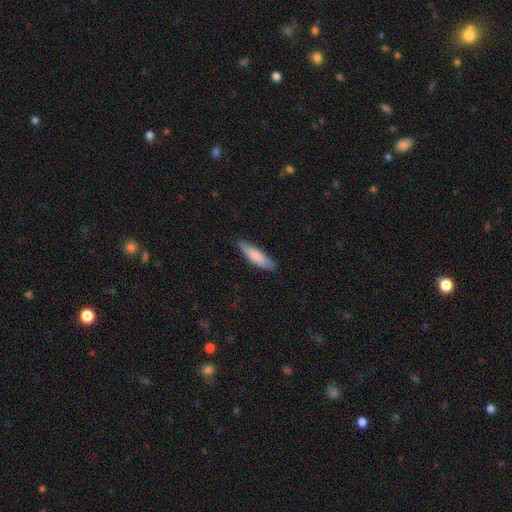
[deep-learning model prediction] Morphology: type=smooth (78%); roundness=cigar-shaped (64%); merging=none (82%).